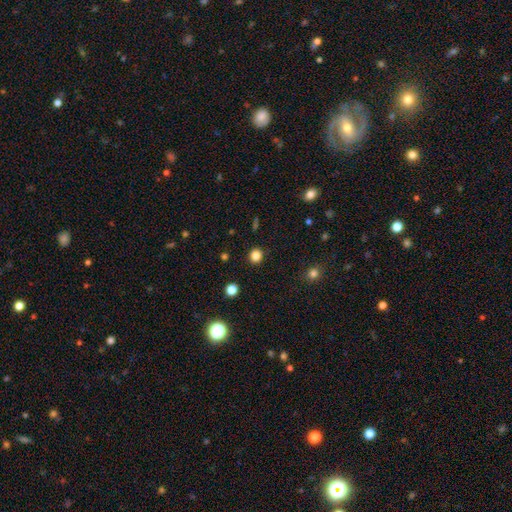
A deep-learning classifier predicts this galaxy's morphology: type=smooth (83%); roundness=round (89%); merging=none (91%).